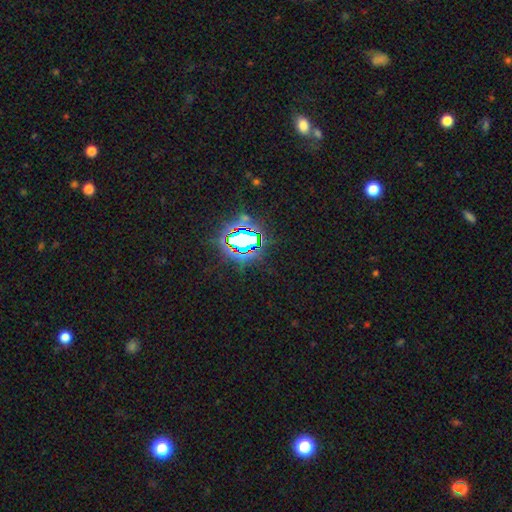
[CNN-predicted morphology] Smooth or featured: star or artifact — 83% (smooth — 10%)